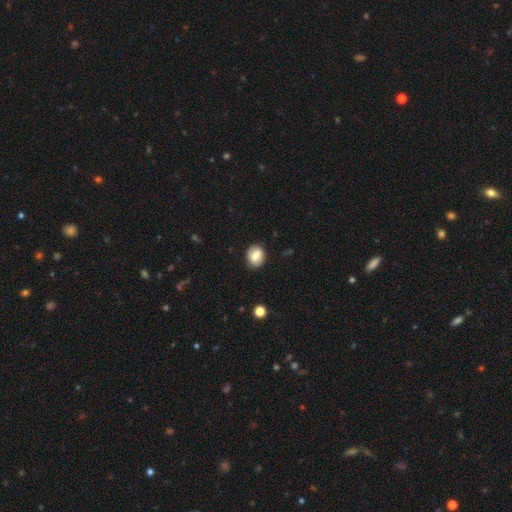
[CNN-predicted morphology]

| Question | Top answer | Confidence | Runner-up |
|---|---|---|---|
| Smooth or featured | smooth | 74% | featured or disk (18%) |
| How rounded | in between | 51% | round (48%) |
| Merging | none | 83% | minor disturbance (12%) |